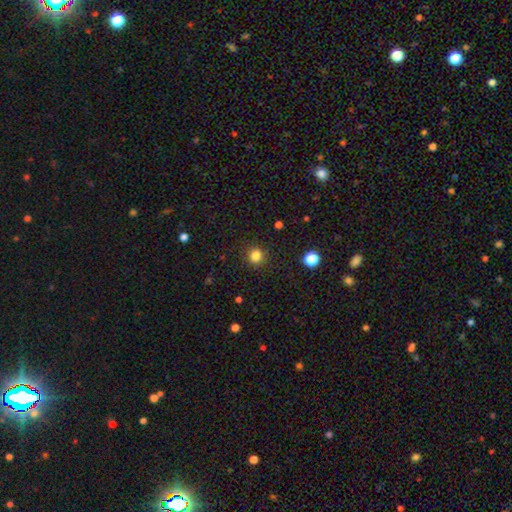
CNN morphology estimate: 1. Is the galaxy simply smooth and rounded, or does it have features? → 83% smooth, 13% star or artifact, 5% featured or disk.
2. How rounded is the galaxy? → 92% round, 7% in between, 1% cigar-shaped.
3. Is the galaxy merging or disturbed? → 91% none, 6% minor disturbance, 2% major disturbance, 1% merger.